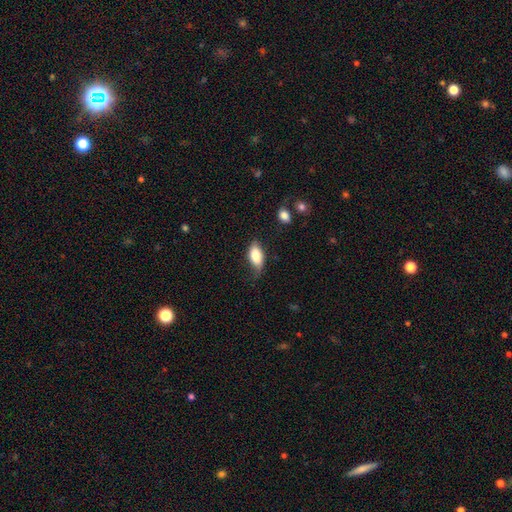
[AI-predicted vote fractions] Smooth or featured: smooth — 80% (featured or disk — 14%)
How rounded: in between — 90% (cigar-shaped — 6%)
Merging: none — 50% (minor disturbance — 35%)